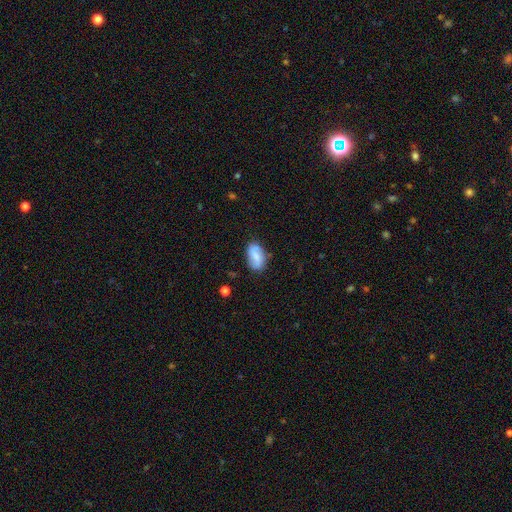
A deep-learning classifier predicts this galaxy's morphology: smooth_or_featured: smooth (p=0.57) [alt: featured or disk p=0.35]
how_rounded: in between (p=0.91) [alt: round p=0.07]
merging: none (p=0.72) [alt: minor disturbance p=0.20]